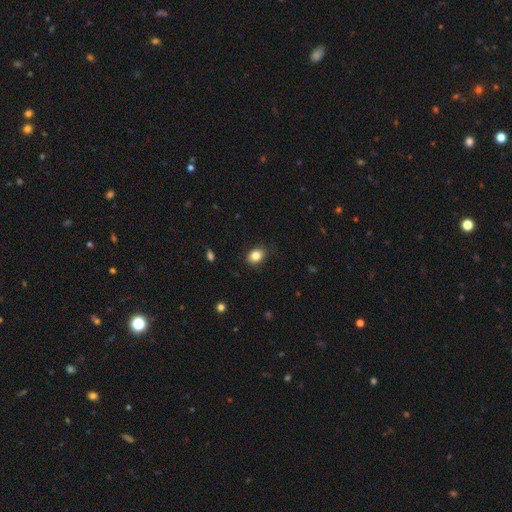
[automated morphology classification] Smooth or featured?
  - smooth: 84% *
  - star or artifact: 9%
  - featured or disk: 6%
How rounded?
  - in between: 58% *
  - round: 41%
  - cigar-shaped: 1%
Merging?
  - none: 85% *
  - minor disturbance: 12%
  - major disturbance: 3%
  - merger: 1%